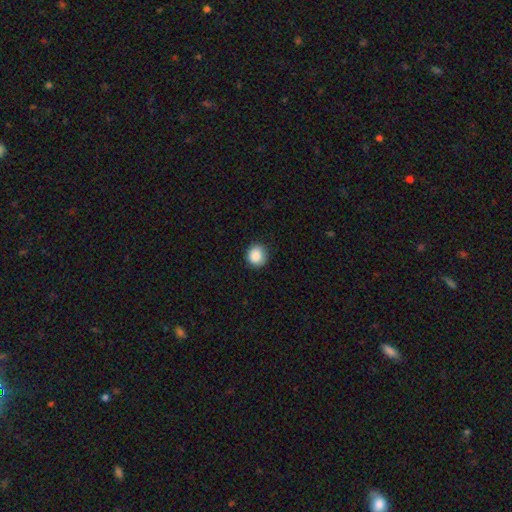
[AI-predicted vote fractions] smooth-or-featured: smooth: 88% | star or artifact: 9% | featured or disk: 3%
  how-rounded: round: 90% | in between: 9% | cigar-shaped: 1%
  merging: none: 87% | minor disturbance: 10% | major disturbance: 2% | merger: 1%